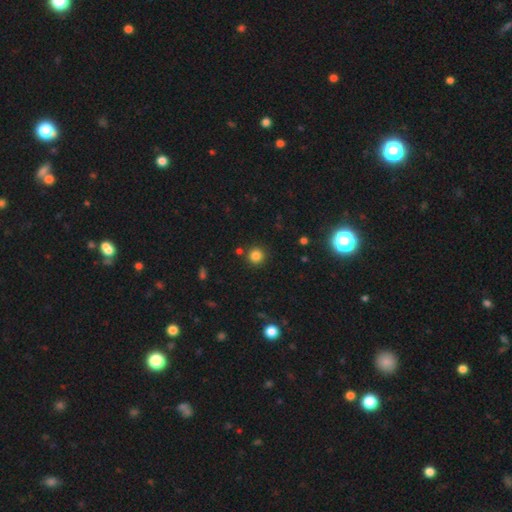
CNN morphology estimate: smooth-or-featured: smooth: 83% | star or artifact: 13% | featured or disk: 4%
  how-rounded: round: 94% | in between: 5% | cigar-shaped: 1%
  merging: none: 86% | minor disturbance: 7% | merger: 5% | major disturbance: 2%